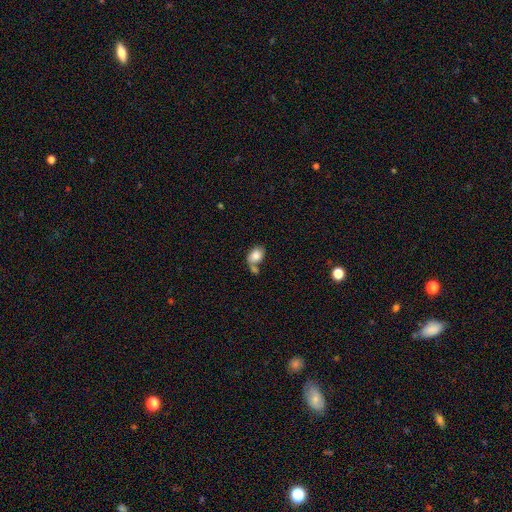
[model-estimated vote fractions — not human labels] This appears to be a smooth galaxy with no disk features (81%) that is in between round and cigar-shaped (77%). Merging: merger (39%).